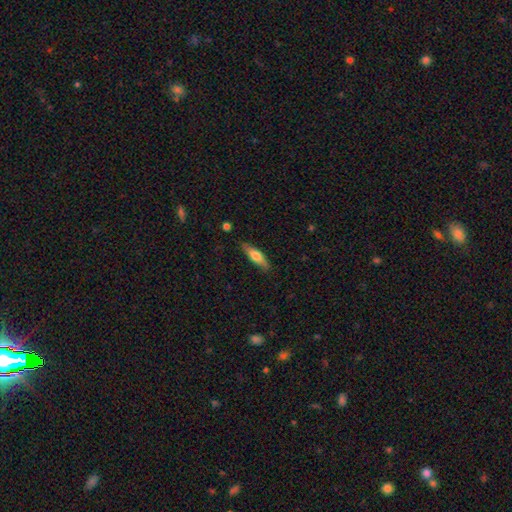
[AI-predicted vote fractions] Smooth or featured? Predicted: smooth (p=0.56). How rounded? Predicted: cigar-shaped (p=0.60). Merging? Predicted: none (p=0.85).